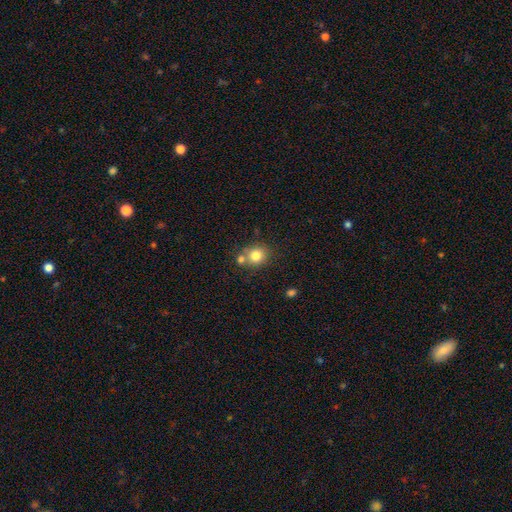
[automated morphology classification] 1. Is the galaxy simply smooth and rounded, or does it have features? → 80% smooth, 11% star or artifact, 9% featured or disk.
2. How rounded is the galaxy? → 79% round, 20% in between, 1% cigar-shaped.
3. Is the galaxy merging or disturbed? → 60% none, 26% merger, 11% minor disturbance, 3% major disturbance.